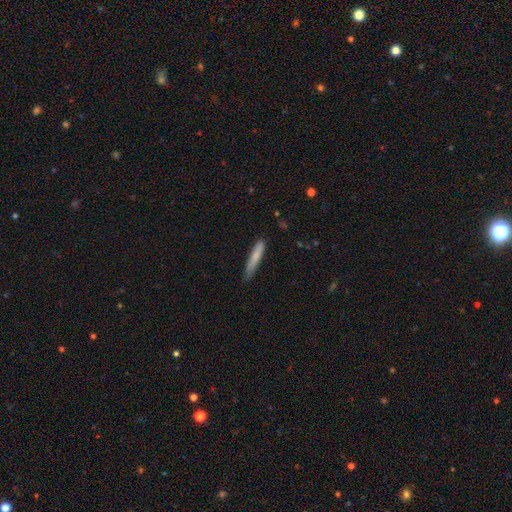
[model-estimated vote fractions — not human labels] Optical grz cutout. It shows a smooth galaxy with no disk features (77%) that is cigar-shaped (93%). Merging: none (75%).